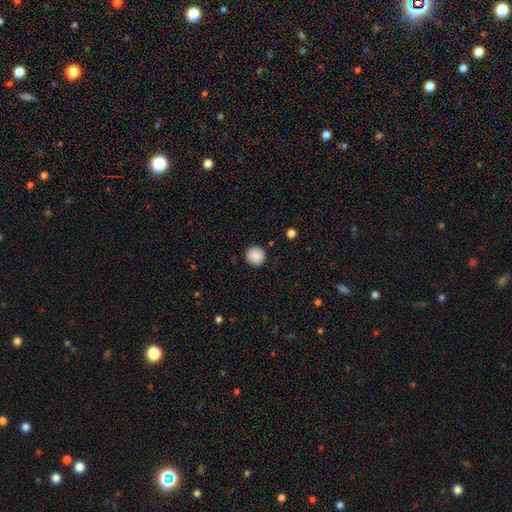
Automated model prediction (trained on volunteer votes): Q: Smooth or featured?
A: smooth (89%); runner-up: star or artifact (8%)
Q: How rounded?
A: round (94%); runner-up: in between (5%)
Q: Merging?
A: none (88%); runner-up: minor disturbance (8%)